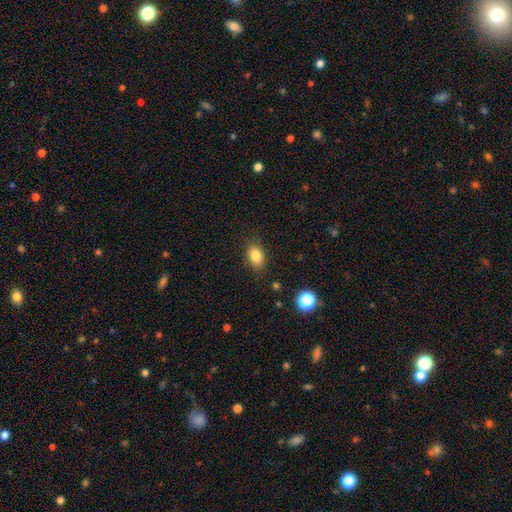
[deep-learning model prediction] Smooth or featured?
  - smooth: 84% *
  - star or artifact: 9%
  - featured or disk: 6%
How rounded?
  - in between: 84% *
  - round: 15%
  - cigar-shaped: 2%
Merging?
  - none: 84% *
  - minor disturbance: 11%
  - major disturbance: 3%
  - merger: 1%